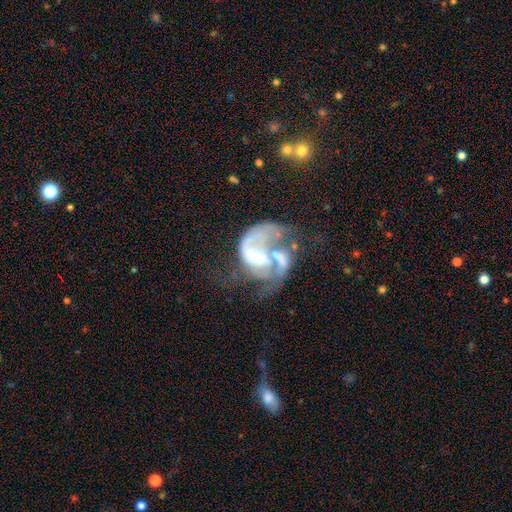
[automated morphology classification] A featured or disk galaxy (78%) with no bar (43%), 1 (50%) loose (45%) spiral arms (76%) and a moderate central bulge (55%). Merging: merger (39%).